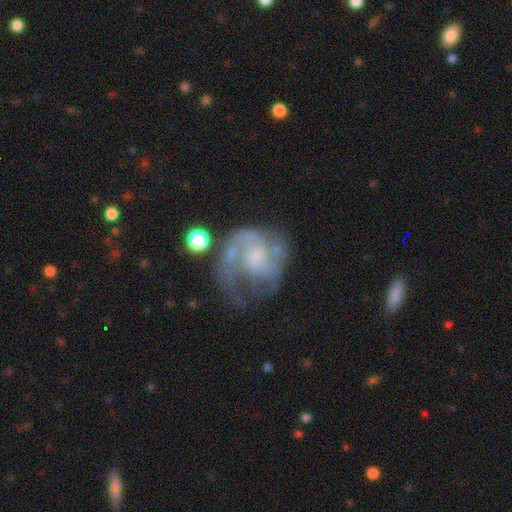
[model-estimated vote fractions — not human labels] featured or disk 76%, smooth 16%, star or artifact 8%. Down the decision tree: edge-on disk — no (98%); bar — no (67%); spiral arms — yes (84%); spiral arm count — 2 (37%, tied with 1); spiral winding — medium (43%); bulge size — small (38%); merging — none (40%).